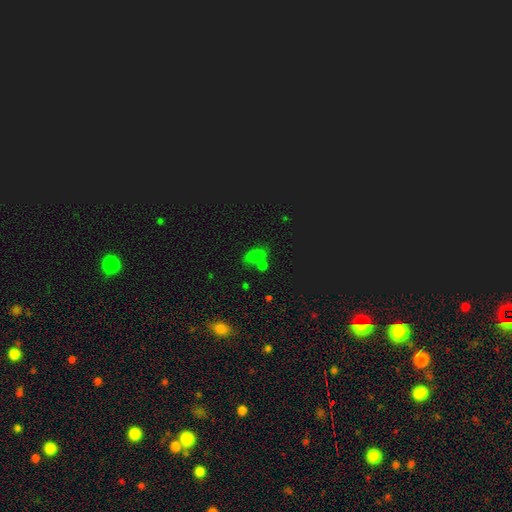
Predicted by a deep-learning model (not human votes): This appears to be a smooth galaxy with no disk features (60%) that is in between round and cigar-shaped (78%). Merging: none (46%).